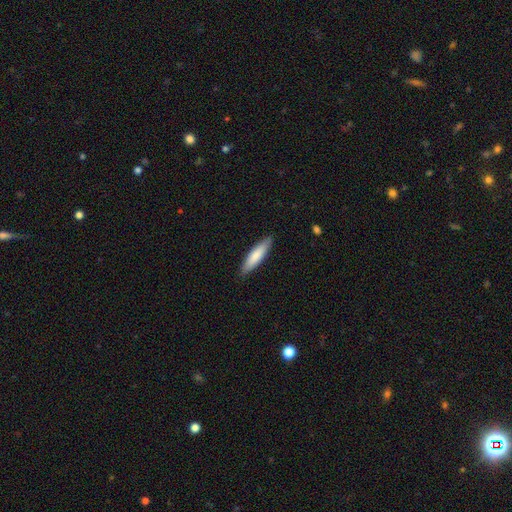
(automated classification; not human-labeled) Smooth or featured?
  - smooth: 79% *
  - featured or disk: 16%
  - star or artifact: 5%
How rounded?
  - cigar-shaped: 75% *
  - in between: 23%
  - round: 1%
Merging?
  - none: 88% *
  - minor disturbance: 9%
  - major disturbance: 2%
  - merger: 1%